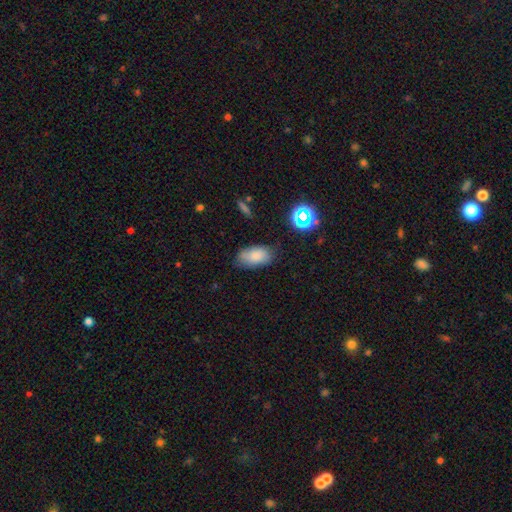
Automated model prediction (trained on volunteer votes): A smooth galaxy with no disk features (79%) that is in between round and cigar-shaped (93%). Merging: none (73%).